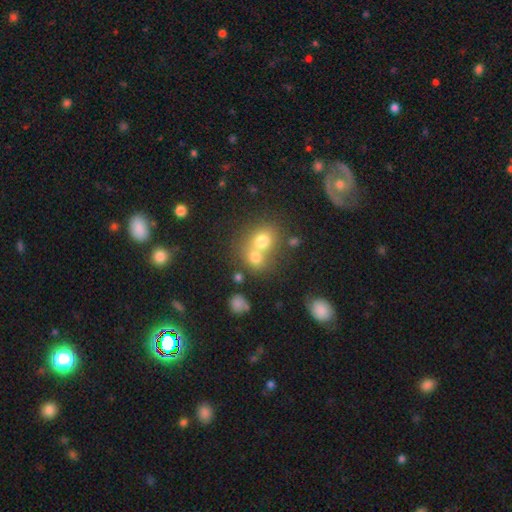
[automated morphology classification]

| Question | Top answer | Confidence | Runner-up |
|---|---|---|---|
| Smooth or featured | smooth | 68% | featured or disk (18%) |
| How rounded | round | 67% | in between (32%) |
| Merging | merger | 58% | none (32%) |